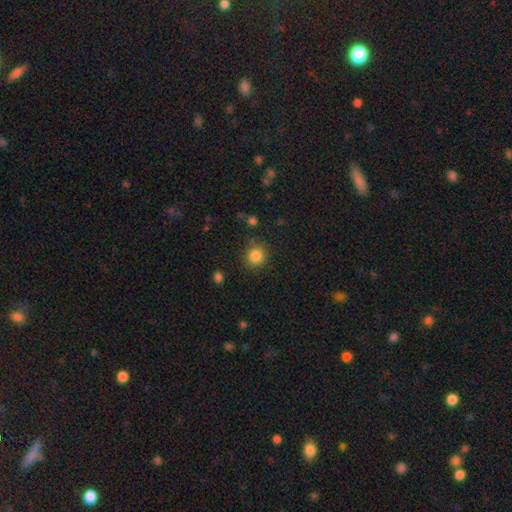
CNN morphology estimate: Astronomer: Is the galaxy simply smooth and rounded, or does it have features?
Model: smooth — 85%.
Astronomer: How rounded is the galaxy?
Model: round — 86%.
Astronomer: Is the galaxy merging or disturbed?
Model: none — 83%.